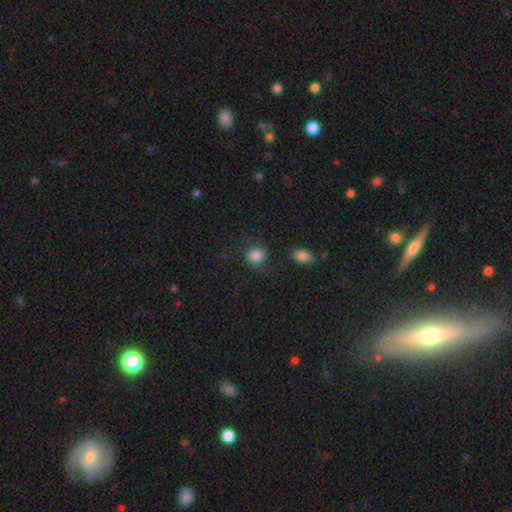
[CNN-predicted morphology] Overall: smooth (85%). How rounded: round (80%). Merging: none (79%).